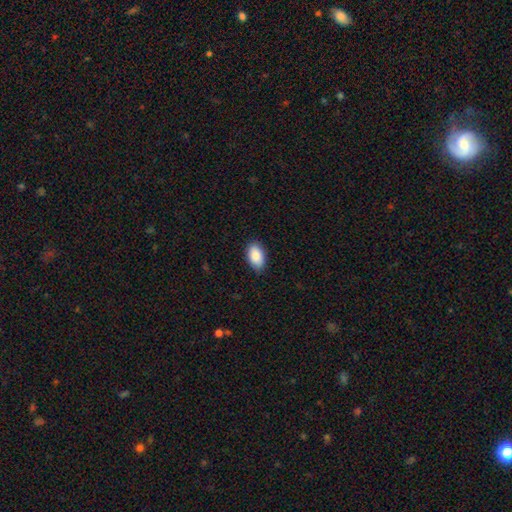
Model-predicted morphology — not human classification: The model was most divided on "merging": none: 86%, minor disturbance: 11%, major disturbance: 2%, merger: 1%. More confident: how rounded — in between (93%); smooth or featured — smooth (88%).